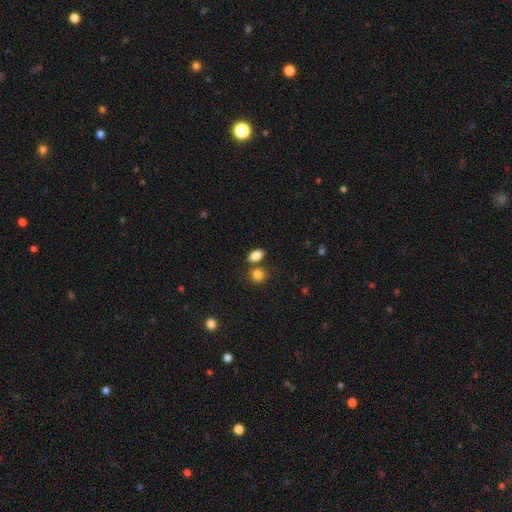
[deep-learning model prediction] Smooth or featured?
  - smooth: 85% *
  - star or artifact: 9%
  - featured or disk: 5%
How rounded?
  - in between: 84% *
  - round: 14%
  - cigar-shaped: 2%
Merging?
  - none: 64% *
  - merger: 22%
  - minor disturbance: 11%
  - major disturbance: 3%